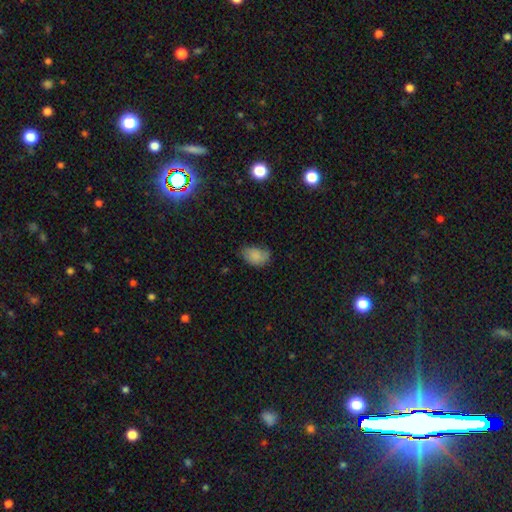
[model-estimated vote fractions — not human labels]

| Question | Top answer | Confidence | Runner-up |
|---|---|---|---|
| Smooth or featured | smooth | 79% | featured or disk (12%) |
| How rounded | in between | 86% | round (13%) |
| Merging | none | 57% | minor disturbance (32%) |